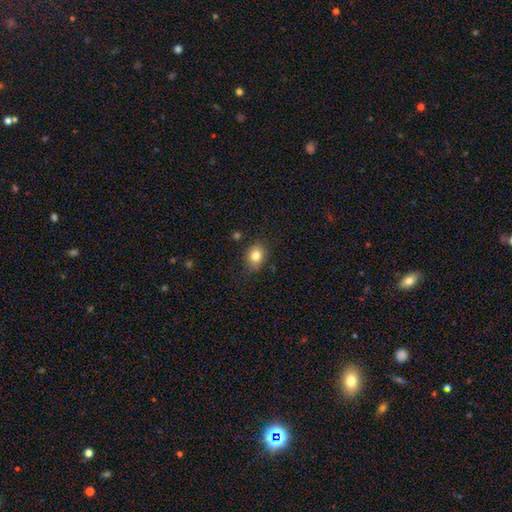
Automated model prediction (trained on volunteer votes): Smooth or featured? smooth (81%)
How rounded? in between (61%)
Merging? none (83%)